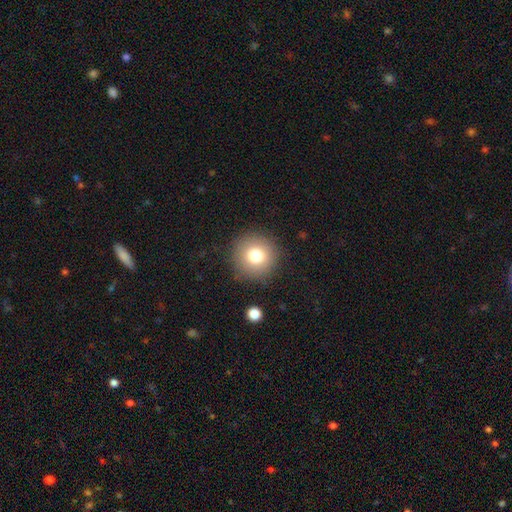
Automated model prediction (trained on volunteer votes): Smooth or featured? smooth (76%)
How rounded? round (95%)
Merging? none (88%)